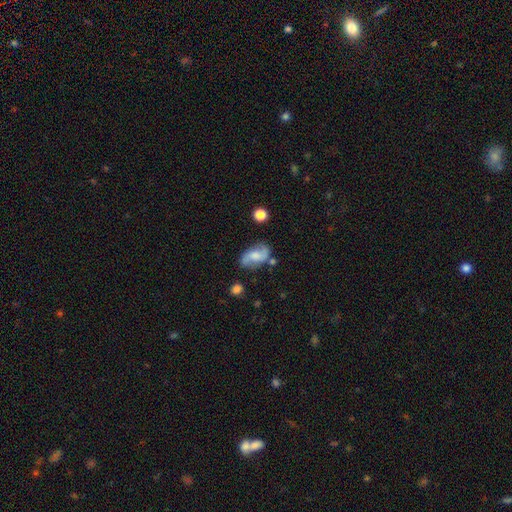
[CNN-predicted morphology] featured or disk 64%, smooth 28%, star or artifact 8%. Down the decision tree: edge-on disk — no (96%); bar — no (51%); spiral arms — yes (92%); spiral arm count — 2 (90%); spiral winding — loose (55%); bulge size — moderate (39%); merging — none (68%).